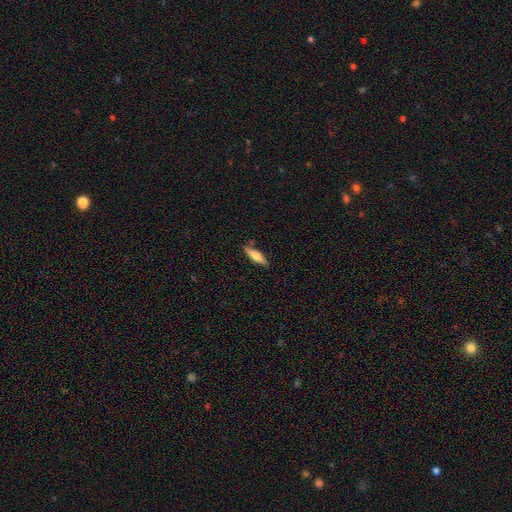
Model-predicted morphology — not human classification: type=smooth (61%); roundness=cigar-shaped (69%); merging=none (83%).